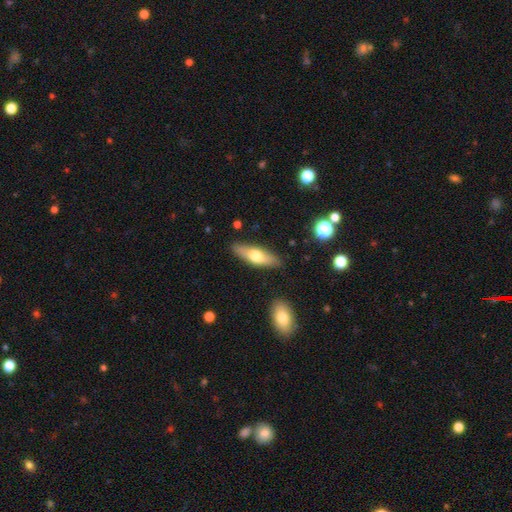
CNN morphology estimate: Overall: smooth (58%; featured or disk 36%). How rounded: in between (51%; cigar-shaped 47%). Merging: none (86%).